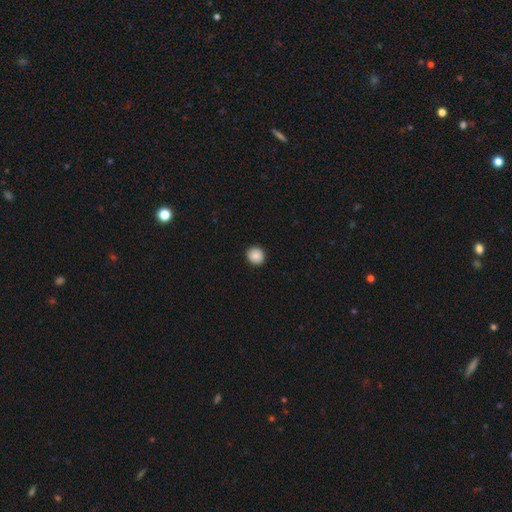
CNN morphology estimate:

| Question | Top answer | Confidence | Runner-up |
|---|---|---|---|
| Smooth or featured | smooth | 87% | star or artifact (8%) |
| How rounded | round | 90% | in between (10%) |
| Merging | none | 92% | minor disturbance (6%) |